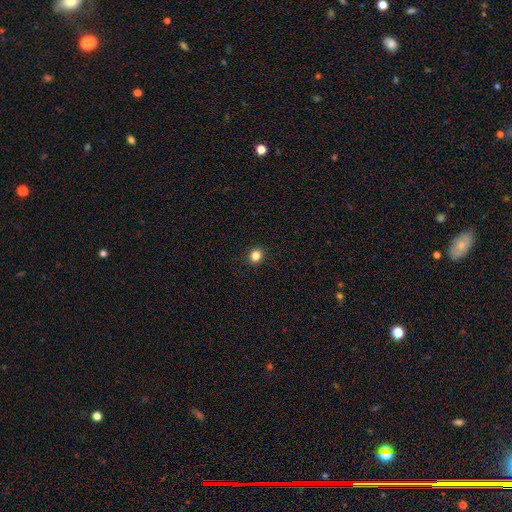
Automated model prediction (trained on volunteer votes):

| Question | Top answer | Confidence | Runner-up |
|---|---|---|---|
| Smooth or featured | smooth | 83% | star or artifact (12%) |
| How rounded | round | 81% | in between (18%) |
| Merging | none | 92% | minor disturbance (5%) |